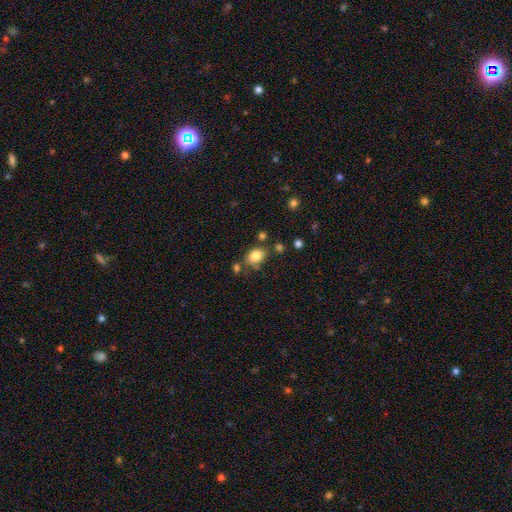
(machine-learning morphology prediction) A smooth galaxy with no disk features (83%) that is in between round and cigar-shaped (67%). Merging: none (67%).